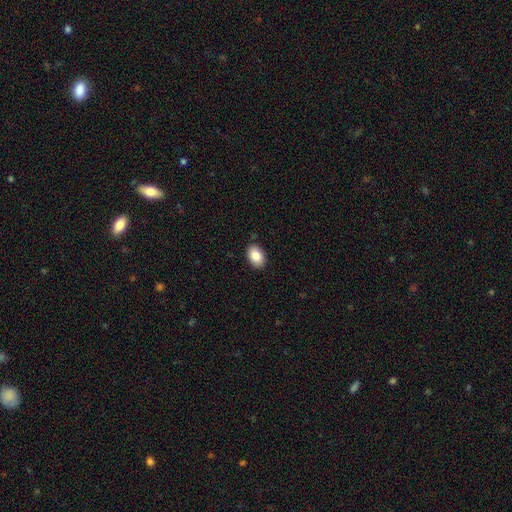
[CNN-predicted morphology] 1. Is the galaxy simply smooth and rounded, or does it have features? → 84% smooth, 8% featured or disk, 8% star or artifact.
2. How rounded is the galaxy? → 85% in between, 14% round, 1% cigar-shaped.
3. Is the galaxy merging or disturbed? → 89% none, 8% minor disturbance, 2% major disturbance, 1% merger.